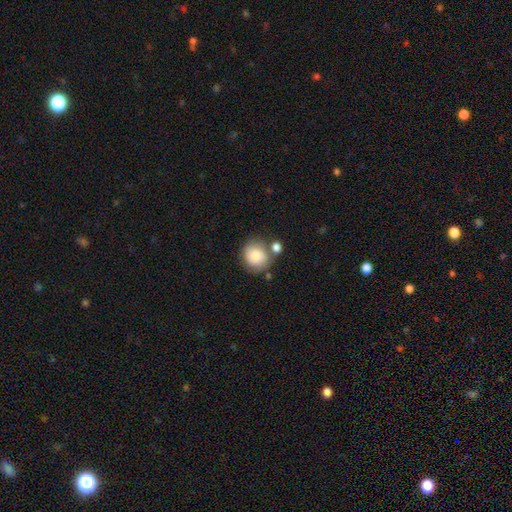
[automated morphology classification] Smooth or featured: smooth — 79% (featured or disk — 13%)
How rounded: round — 82% (in between — 17%)
Merging: none — 57% (merger — 20%)